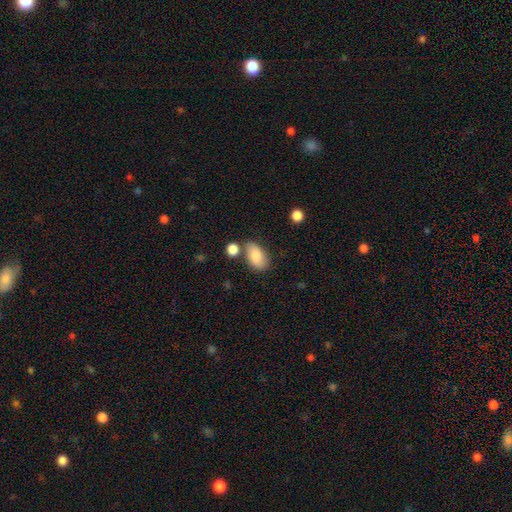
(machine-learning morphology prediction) Smooth or featured?
  - smooth: 83% *
  - featured or disk: 10%
  - star or artifact: 7%
How rounded?
  - in between: 92% *
  - round: 6%
  - cigar-shaped: 2%
Merging?
  - none: 64% *
  - minor disturbance: 18%
  - merger: 13%
  - major disturbance: 5%